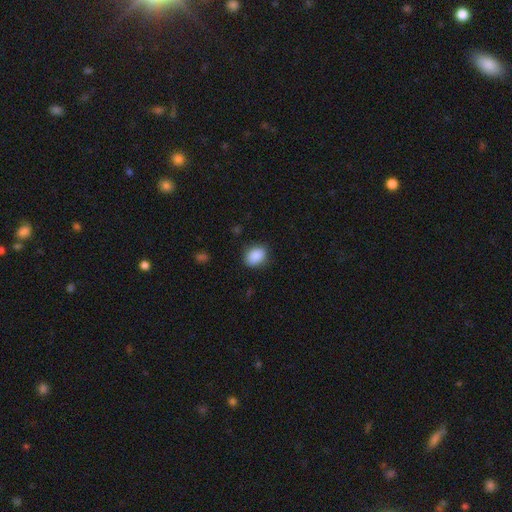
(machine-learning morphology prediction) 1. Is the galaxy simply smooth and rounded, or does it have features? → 89% smooth, 8% star or artifact, 3% featured or disk.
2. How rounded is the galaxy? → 73% in between, 26% round, 1% cigar-shaped.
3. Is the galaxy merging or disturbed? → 84% none, 12% minor disturbance, 3% major disturbance, 1% merger.